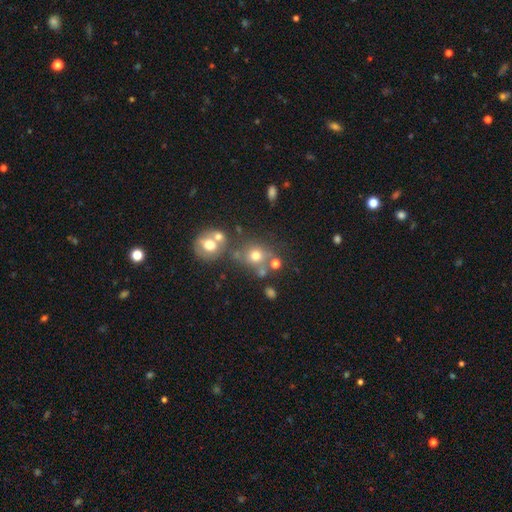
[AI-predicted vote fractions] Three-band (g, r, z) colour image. It shows a smooth galaxy with no disk features (67%) that is round (77%). Merging: none (52%).